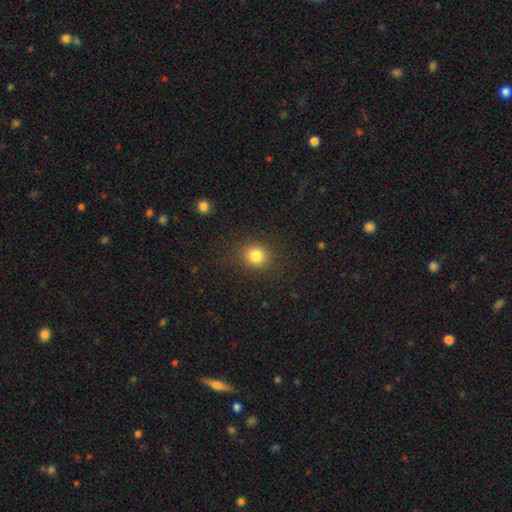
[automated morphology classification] Smooth or featured?
  - smooth: 82% *
  - star or artifact: 12%
  - featured or disk: 6%
How rounded?
  - round: 82% *
  - in between: 17%
  - cigar-shaped: 1%
Merging?
  - none: 88% *
  - minor disturbance: 8%
  - major disturbance: 3%
  - merger: 1%